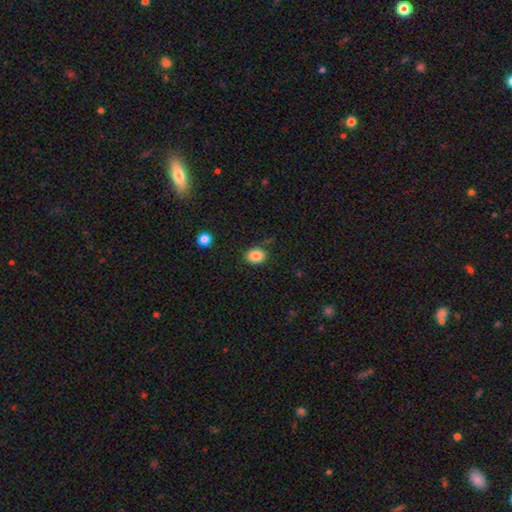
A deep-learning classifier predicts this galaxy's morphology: type=smooth (85%); roundness=round (57%); merging=none (85%).